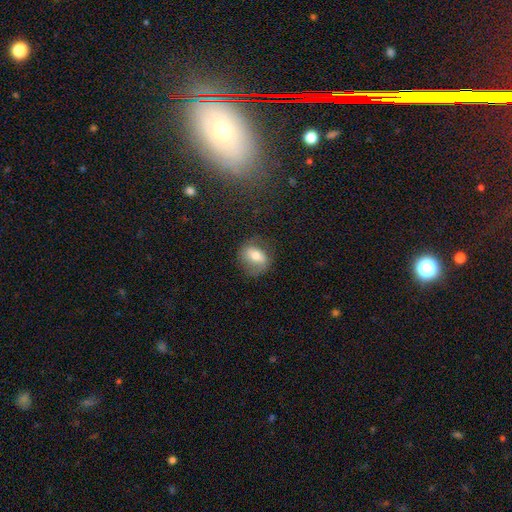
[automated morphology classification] A smooth galaxy with no disk features (60%) that is in between round and cigar-shaped (56%). Merging: none (70%).